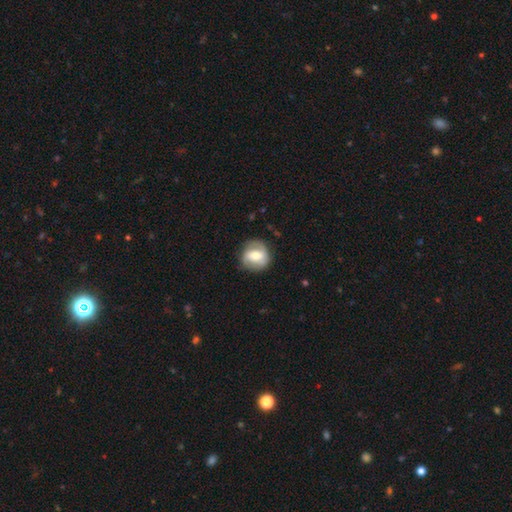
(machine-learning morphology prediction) Smooth or featured? featured or disk (49%)
Merging? none (78%)